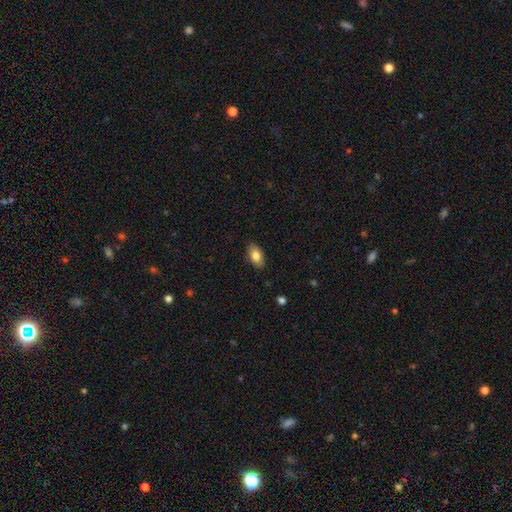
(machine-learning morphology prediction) The model was most divided on "smooth or featured": smooth: 81%, featured or disk: 12%, star or artifact: 7%. More confident: how rounded — in between (91%); merging — none (87%).